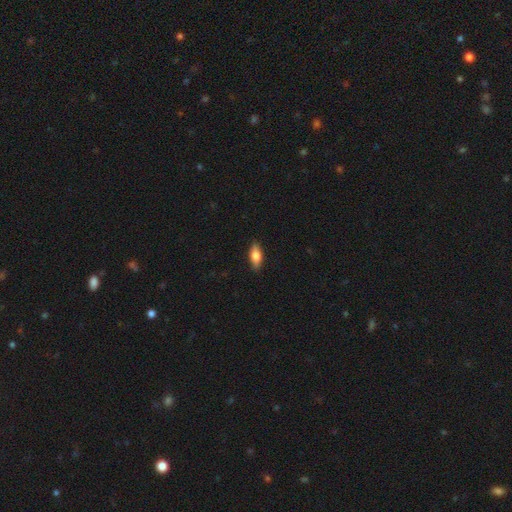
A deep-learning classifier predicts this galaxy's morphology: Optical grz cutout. It shows a smooth galaxy with no disk features (75%) that is in between round and cigar-shaped (75%). Merging: none (88%).